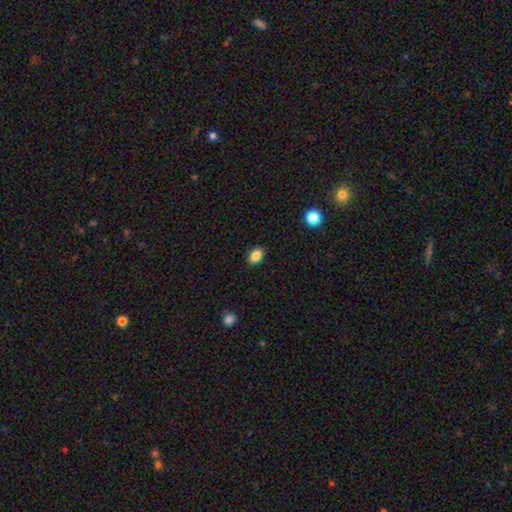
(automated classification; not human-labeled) smooth_or_featured: smooth (p=0.85) [alt: star or artifact p=0.09]
how_rounded: in between (p=0.85) [alt: round p=0.14]
merging: none (p=0.88) [alt: minor disturbance p=0.09]